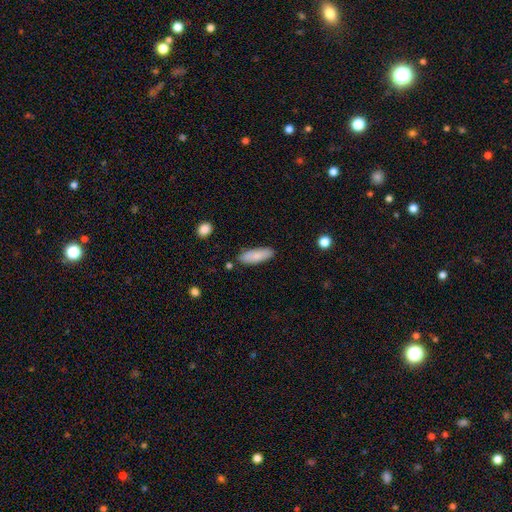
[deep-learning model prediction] smooth_or_featured: smooth (p=0.84) [alt: featured or disk p=0.10]
how_rounded: in between (p=0.56) [alt: cigar-shaped p=0.43]
merging: none (p=0.84) [alt: minor disturbance p=0.11]